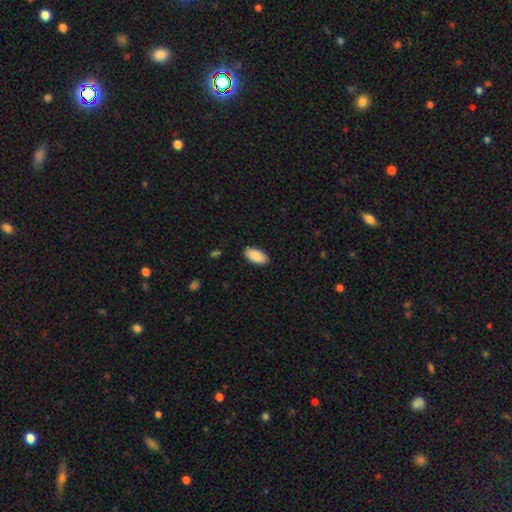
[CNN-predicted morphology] Q: Smooth or featured?
A: smooth (90%); runner-up: star or artifact (6%)
Q: How rounded?
A: in between (93%); runner-up: cigar-shaped (5%)
Q: Merging?
A: none (90%); runner-up: minor disturbance (8%)